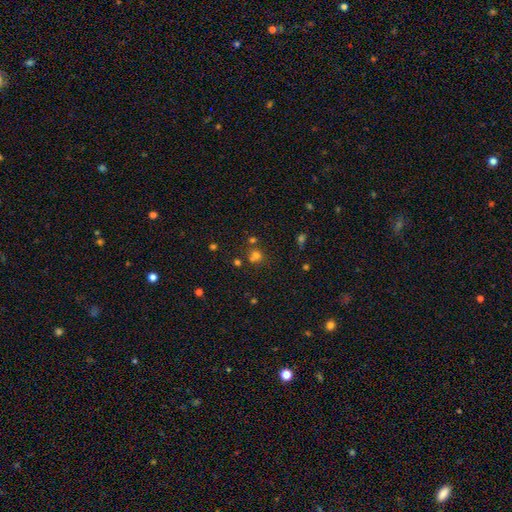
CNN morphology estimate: smooth 65%, star or artifact 26%, featured or disk 9%. Down the decision tree: how rounded — round (86%); merging — none (58%).